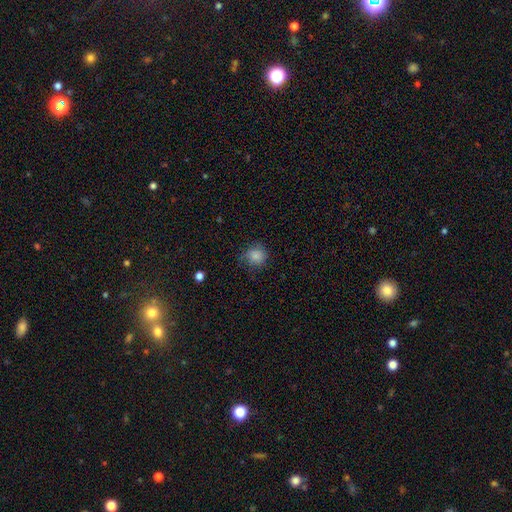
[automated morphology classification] Smooth or featured? Predicted: smooth (p=0.84). How rounded? Predicted: round (p=0.85). Merging? Predicted: none (p=0.73).